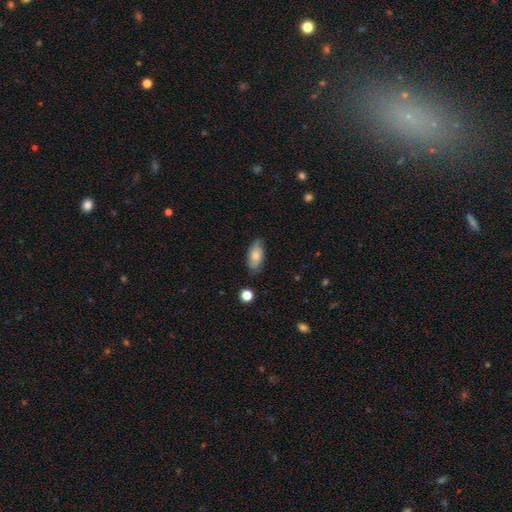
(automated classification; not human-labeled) Morphology: type=smooth (70%); roundness=in between (89%); merging=none (79%).